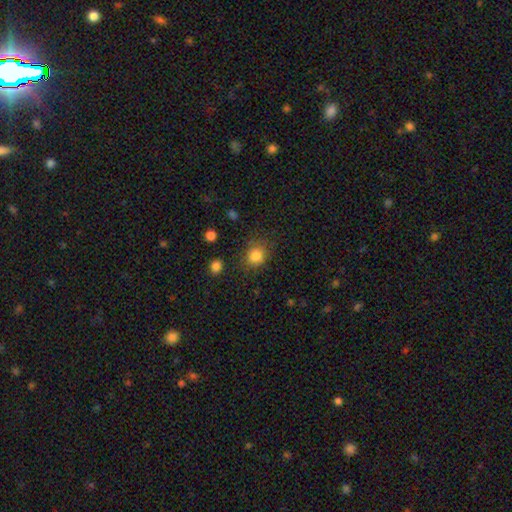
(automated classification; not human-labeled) A smooth galaxy with no disk features (83%) that is round (69%).

Vote fractions:
- Smooth or featured? smooth: 83% / star or artifact: 11% / featured or disk: 5%
- How rounded? round: 69% / in between: 30% / cigar-shaped: 1%
- Merging? none: 76% / minor disturbance: 15% / major disturbance: 5% / merger: 3%